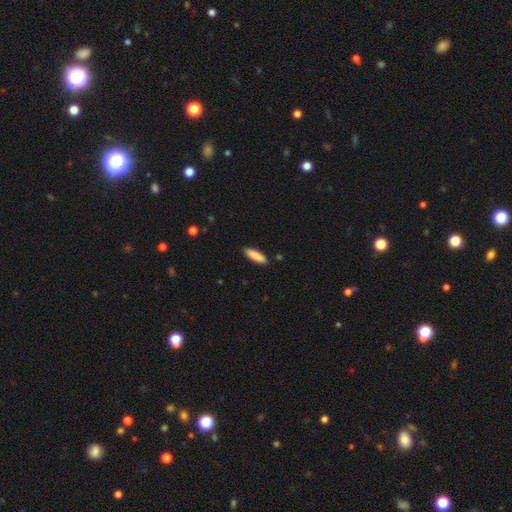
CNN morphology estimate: This appears to be a smooth galaxy with no disk features (88%) that is cigar-shaped (62%). Merging: none (88%).